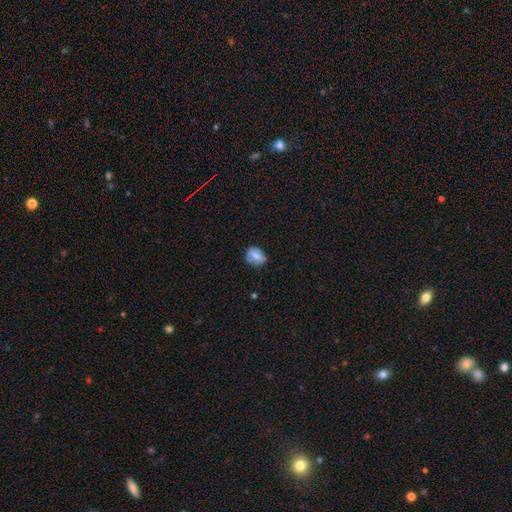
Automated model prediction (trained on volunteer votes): A smooth galaxy with no disk features (67%) that is round (52%). Merging: none (69%).